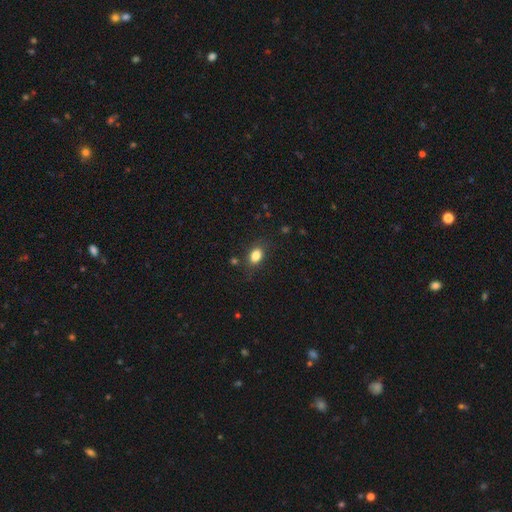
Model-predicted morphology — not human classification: Smooth or featured? Predicted: smooth (p=0.84). How rounded? Predicted: in between (p=0.80). Merging? Predicted: none (p=0.81).